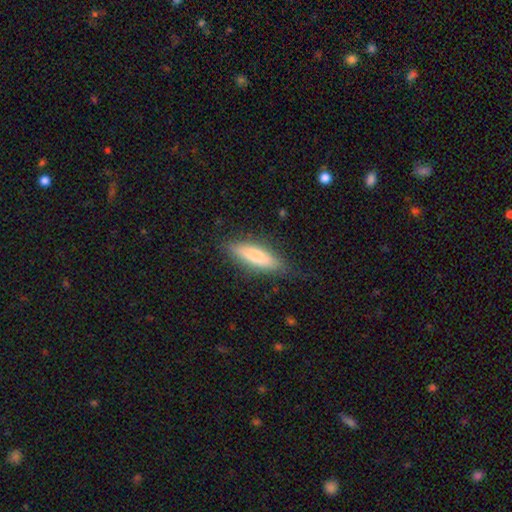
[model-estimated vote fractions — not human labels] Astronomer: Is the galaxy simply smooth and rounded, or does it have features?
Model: smooth — 76%.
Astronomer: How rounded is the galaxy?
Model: cigar-shaped — 59% (runner-up: in between, 39%).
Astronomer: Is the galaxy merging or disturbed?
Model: none — 82%.